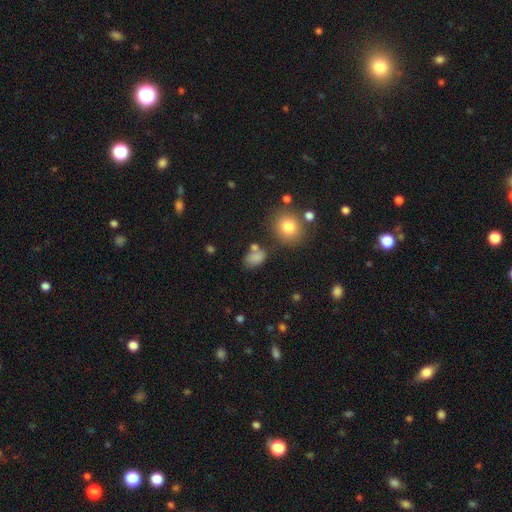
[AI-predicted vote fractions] smooth_or_featured: smooth (p=0.79) [alt: star or artifact p=0.14]
how_rounded: in between (p=0.76) [alt: round p=0.22]
merging: none (p=0.58) [alt: minor disturbance p=0.19]